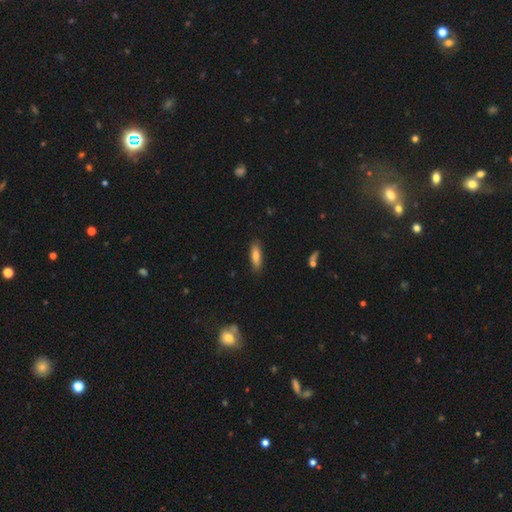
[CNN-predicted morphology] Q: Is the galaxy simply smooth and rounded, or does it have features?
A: smooth — 78%.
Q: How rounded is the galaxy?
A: cigar-shaped — 51%.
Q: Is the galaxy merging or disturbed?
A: none — 86%.